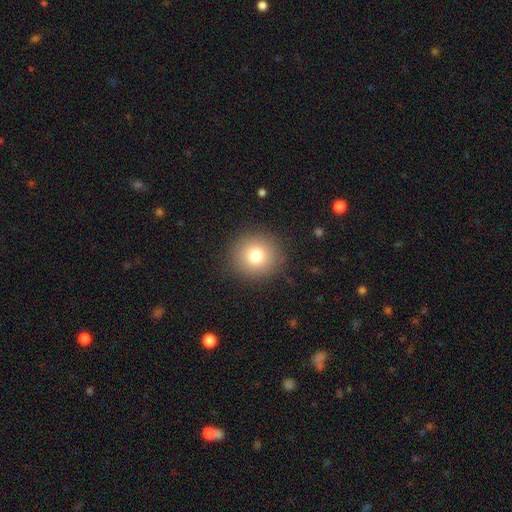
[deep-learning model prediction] The model was most divided on "smooth or featured": smooth: 78%, star or artifact: 12%, featured or disk: 10%. More confident: how rounded — round (90%); merging — none (88%).